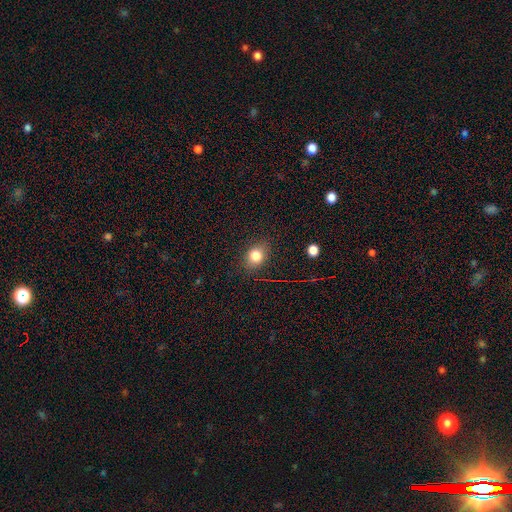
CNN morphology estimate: Smooth or featured? Predicted: smooth (p=0.79). How rounded? Predicted: in between (p=0.55). Merging? Predicted: none (p=0.84).